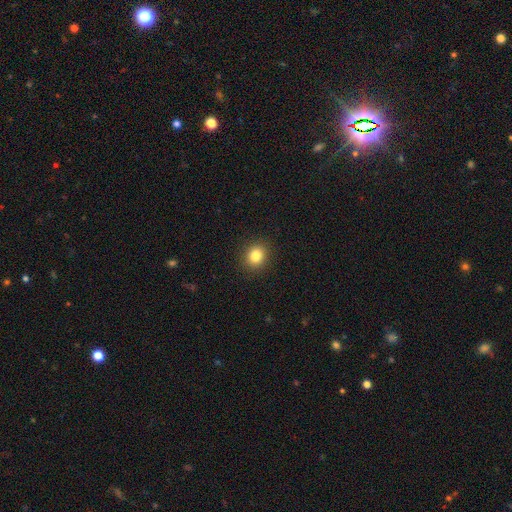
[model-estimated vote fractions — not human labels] Morphology: type=smooth (83%); roundness=round (74%); merging=none (91%).